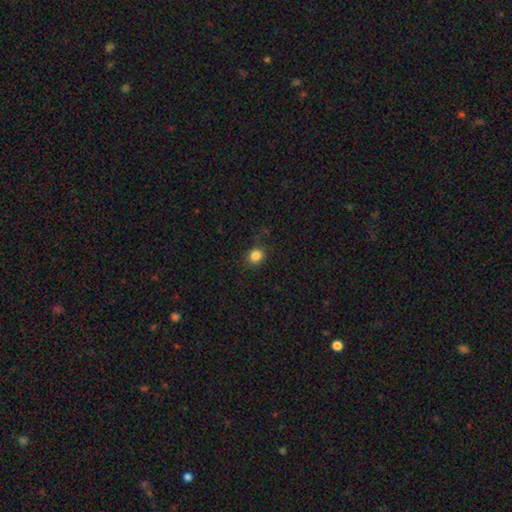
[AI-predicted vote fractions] This appears to be a smooth galaxy with no disk features (84%) that is round (78%). Merging: none (86%).